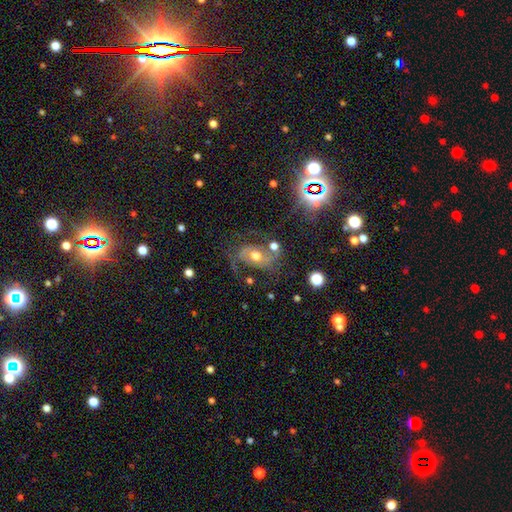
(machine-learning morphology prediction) Smooth or featured? featured or disk (69%)
Edge-on disk? no (96%)
Bar? no (57%)
Spiral arms? yes (81%)
Spiral winding? medium (48%)
Spiral arm count? 2 (81%)
Bulge size? moderate (73%)
Merging? none (52%)